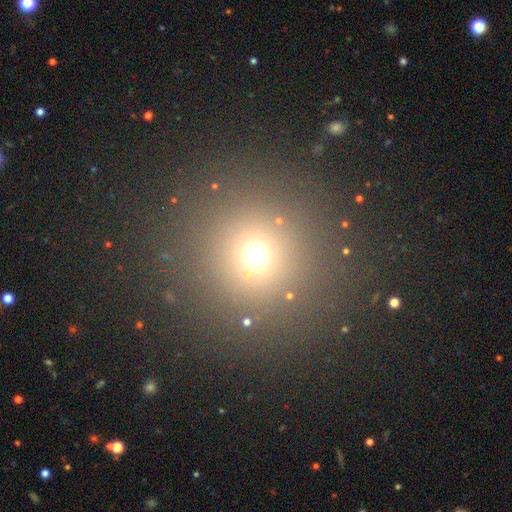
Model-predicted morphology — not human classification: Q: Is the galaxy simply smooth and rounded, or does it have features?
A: smooth — 63%.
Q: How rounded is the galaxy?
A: round — 93%.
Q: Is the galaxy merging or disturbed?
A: none — 83%.